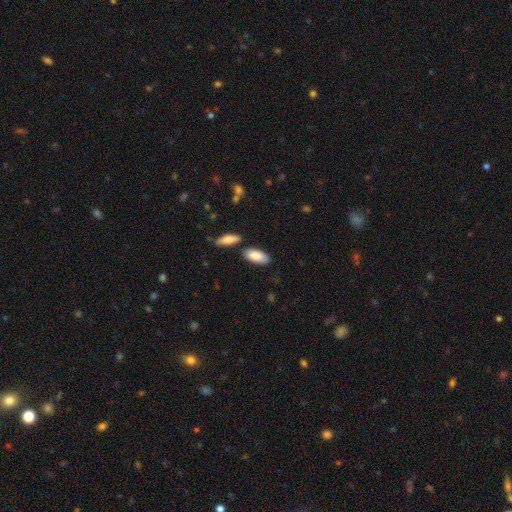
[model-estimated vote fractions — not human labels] Smooth or featured: smooth — 87% (featured or disk — 8%)
How rounded: in between — 88% (cigar-shaped — 10%)
Merging: none — 76% (minor disturbance — 12%)